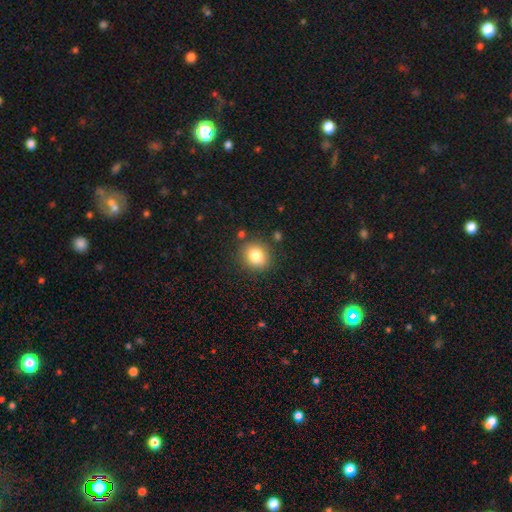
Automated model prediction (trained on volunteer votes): This is clearly a smooth galaxy (82%). How rounded: likely round (77%). Merging: clearly none (85%).